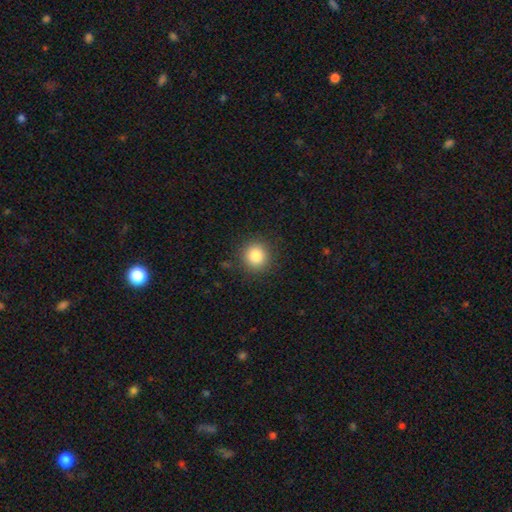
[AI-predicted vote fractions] Q: Smooth or featured?
A: smooth (84%); runner-up: star or artifact (10%)
Q: How rounded?
A: round (92%); runner-up: in between (7%)
Q: Merging?
A: none (89%); runner-up: minor disturbance (7%)